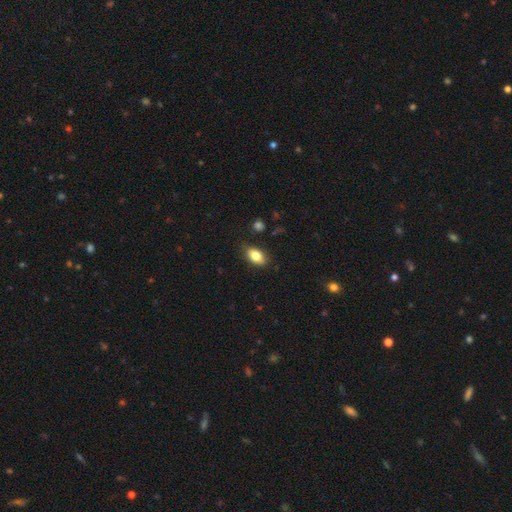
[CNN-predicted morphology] A smooth galaxy with no disk features (81%) that is in between round and cigar-shaped (88%).

Vote fractions:
- Smooth or featured? smooth: 81% / featured or disk: 11% / star or artifact: 8%
- How rounded? in between: 88% / round: 9% / cigar-shaped: 3%
- Merging? none: 81% / minor disturbance: 14% / major disturbance: 3% / merger: 2%